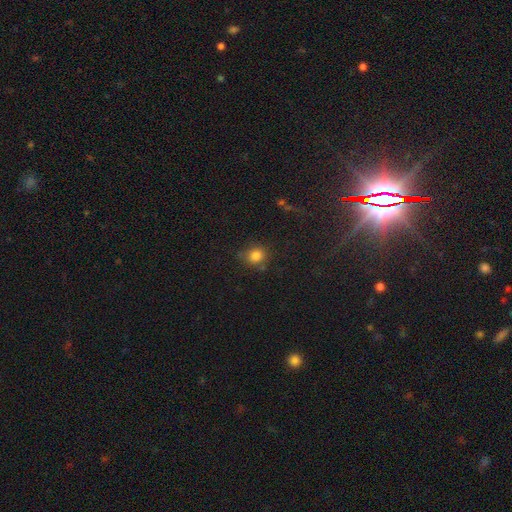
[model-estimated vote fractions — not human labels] Smooth or featured? smooth (81%)
How rounded? round (81%)
Merging? none (77%)